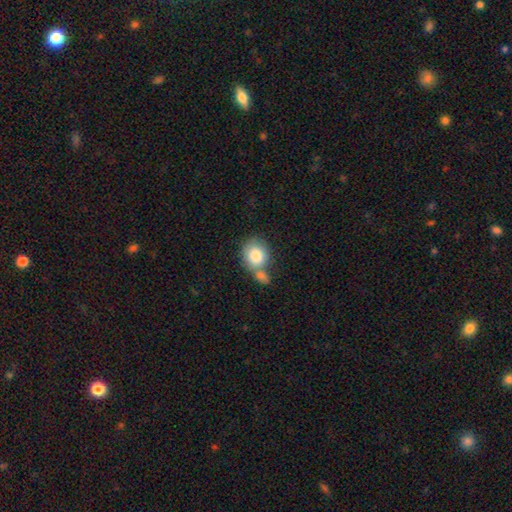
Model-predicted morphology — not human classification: Smooth or featured? smooth (81%)
How rounded? round (67%)
Merging? merger (41%)